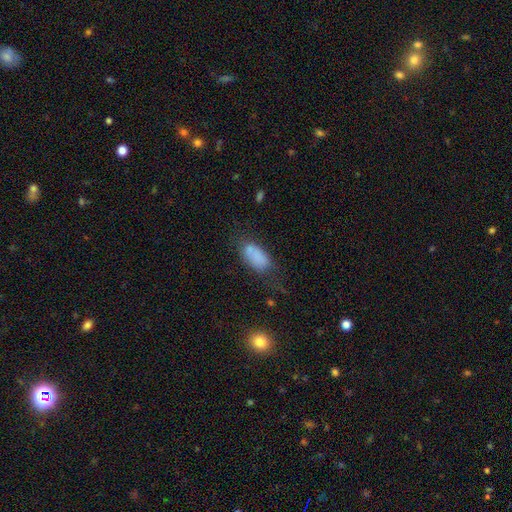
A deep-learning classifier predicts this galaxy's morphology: smooth-or-featured: smooth: 79% | featured or disk: 11% | star or artifact: 10%
  how-rounded: in between: 88% | cigar-shaped: 8% | round: 4%
  merging: none: 52% | minor disturbance: 25% | major disturbance: 14% | merger: 9%